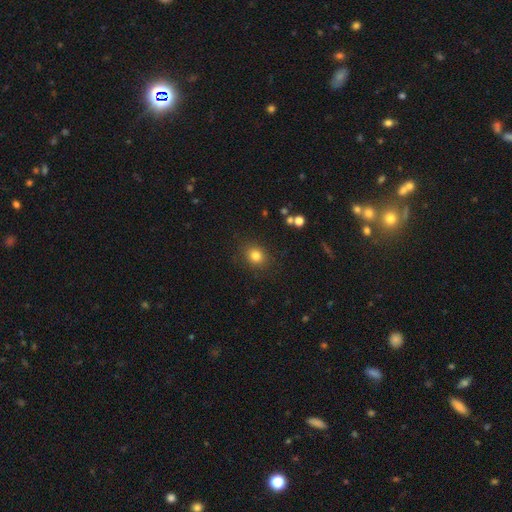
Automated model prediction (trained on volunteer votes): smooth 80%, star or artifact 13%, featured or disk 7%. Down the decision tree: how rounded — round (70%); merging — none (86%).